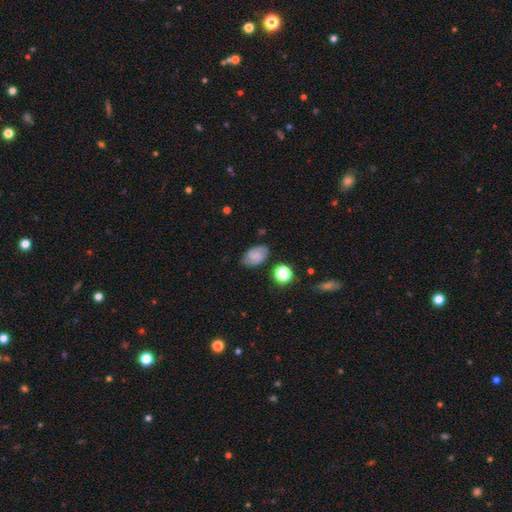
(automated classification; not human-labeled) This appears to be a smooth galaxy with no disk features (50%). Merging: none (78%).